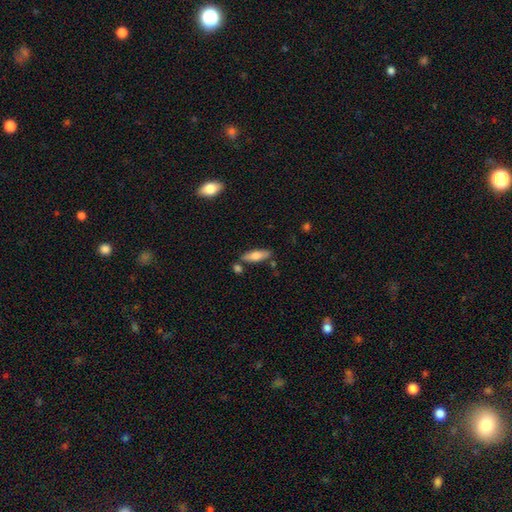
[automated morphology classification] A smooth galaxy with no disk features (68%) that is cigar-shaped (49%, tied with in between). Merging: none (77%).